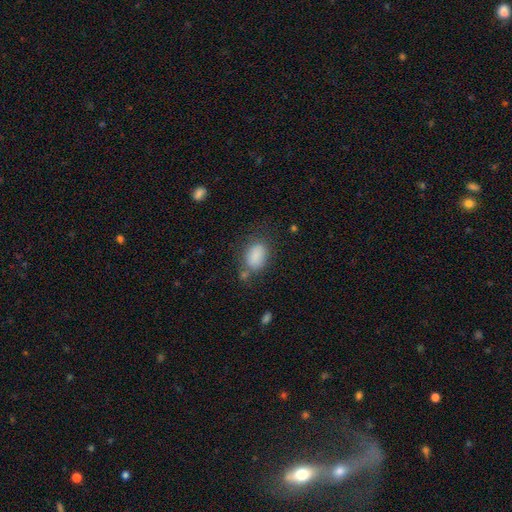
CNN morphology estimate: A smooth galaxy with no disk features (85%) that is in between round and cigar-shaped (84%). Merging: none (62%).